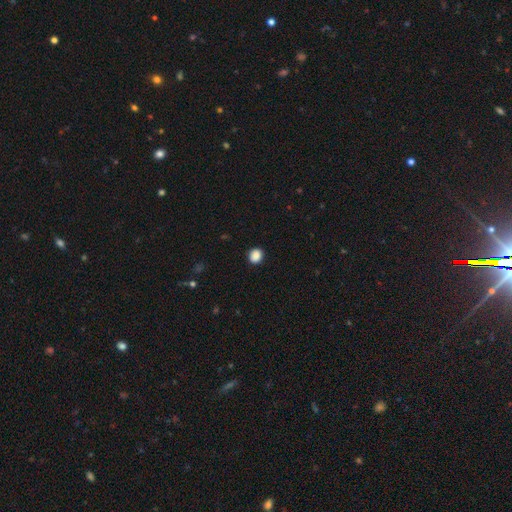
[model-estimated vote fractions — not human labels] smooth-or-featured: smooth: 88% | star or artifact: 9% | featured or disk: 3%
  how-rounded: round: 77% | in between: 22% | cigar-shaped: 1%
  merging: none: 90% | minor disturbance: 7% | major disturbance: 2% | merger: 1%